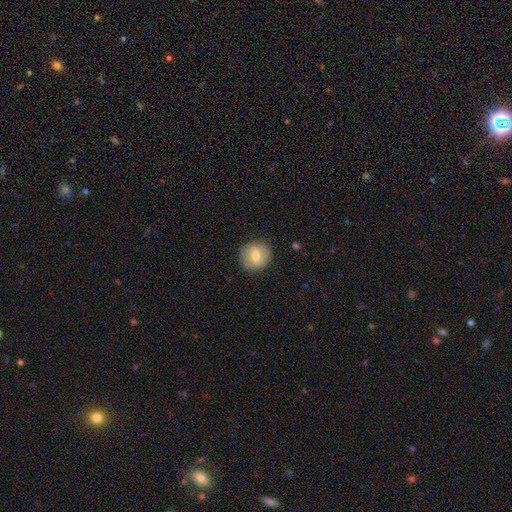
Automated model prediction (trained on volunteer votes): The model was most divided on "smooth or featured": smooth: 48%, featured or disk: 45%, star or artifact: 7%. More confident: merging — none (82%).